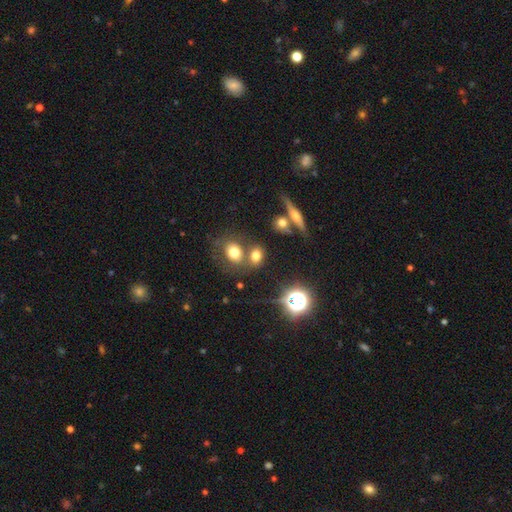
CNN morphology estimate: Smooth or featured?
  - smooth: 68% *
  - star or artifact: 20%
  - featured or disk: 13%
How rounded?
  - in between: 53% *
  - round: 44%
  - cigar-shaped: 2%
Merging?
  - none: 56% *
  - merger: 28%
  - minor disturbance: 11%
  - major disturbance: 5%